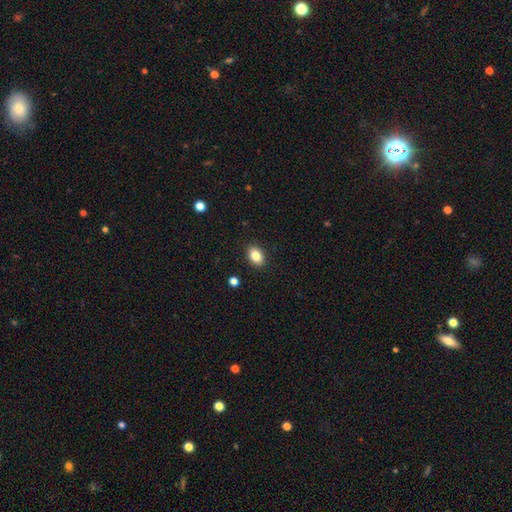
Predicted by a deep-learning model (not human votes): A smooth galaxy with no disk features (84%) that is in between round and cigar-shaped (79%). Merging: none (89%).